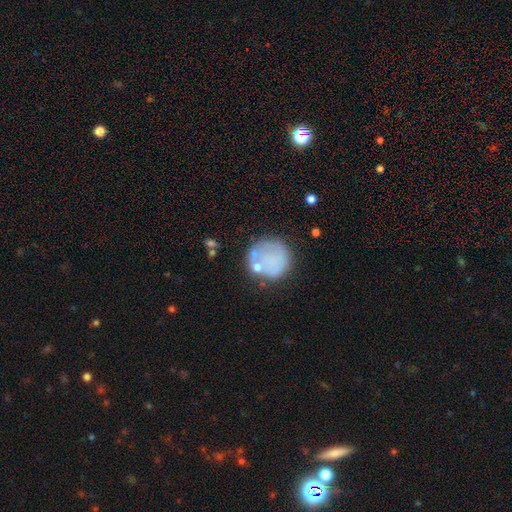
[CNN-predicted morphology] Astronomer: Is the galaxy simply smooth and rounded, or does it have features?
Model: smooth — 52% (runner-up: featured or disk, 28%).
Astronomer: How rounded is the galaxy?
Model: round — 91%.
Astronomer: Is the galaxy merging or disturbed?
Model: none — 67%.